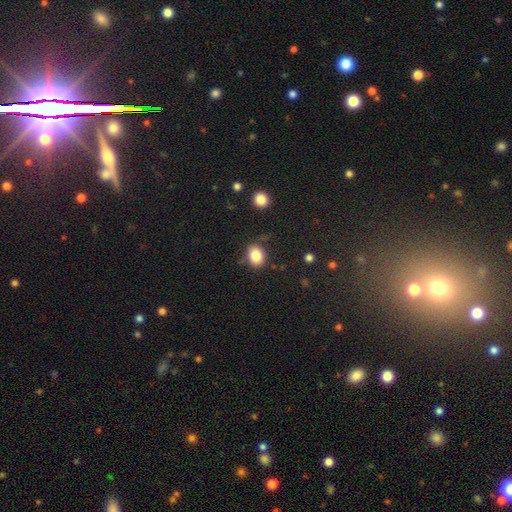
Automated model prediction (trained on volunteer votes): This is clearly a smooth galaxy (85%). How rounded: possibly in between (56%). Merging: likely none (76%).